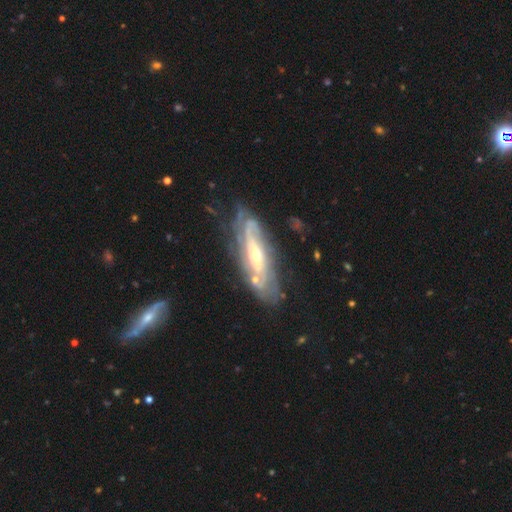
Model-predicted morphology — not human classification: Smooth or featured? Predicted: featured or disk (p=0.81). Edge-on disk? Predicted: no (p=0.76). Bar? Predicted: no (p=0.55). Spiral arms? Predicted: yes (p=0.85). Spiral winding? Predicted: tight (p=0.62). Spiral arm count? Predicted: can't tell (p=0.57). Bulge size? Predicted: moderate (p=0.47). Merging? Predicted: none (p=0.65).